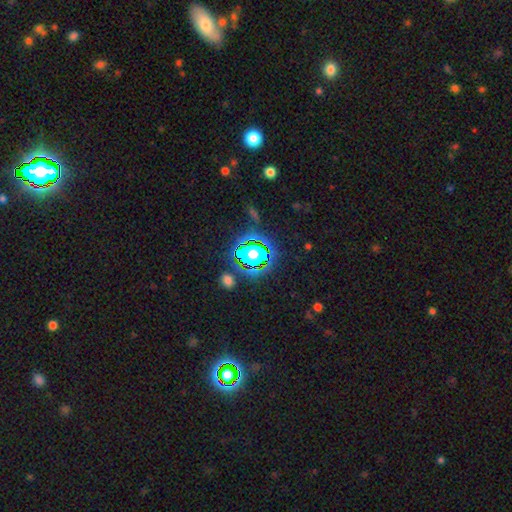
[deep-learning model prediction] Morphology: type=star or artifact (80%).